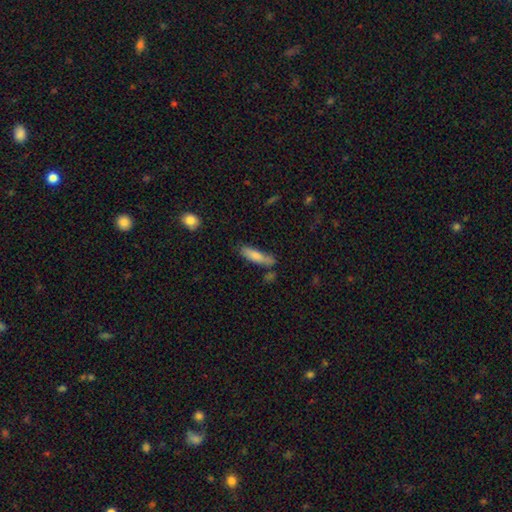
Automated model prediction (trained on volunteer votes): Smooth or featured?
  - smooth: 78% *
  - featured or disk: 15%
  - star or artifact: 6%
How rounded?
  - cigar-shaped: 68% *
  - in between: 30%
  - round: 2%
Merging?
  - none: 64% *
  - minor disturbance: 22%
  - merger: 8%
  - major disturbance: 6%